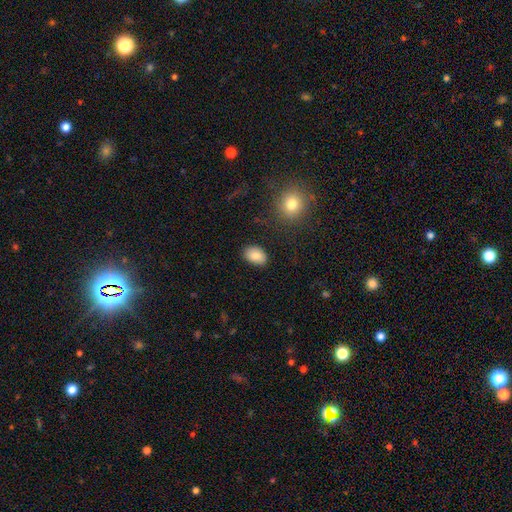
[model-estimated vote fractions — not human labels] This is clearly a smooth galaxy (84%). How rounded: clearly in between (85%). Merging: clearly none (84%).